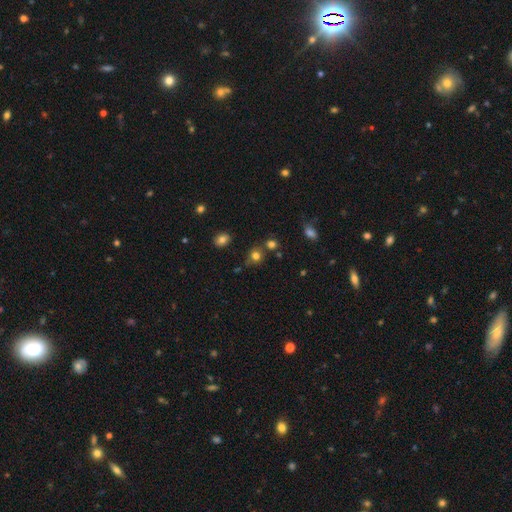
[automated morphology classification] Q: Smooth or featured?
A: smooth (77%); runner-up: star or artifact (16%)
Q: How rounded?
A: round (80%); runner-up: in between (19%)
Q: Merging?
A: none (70%); runner-up: merger (13%)